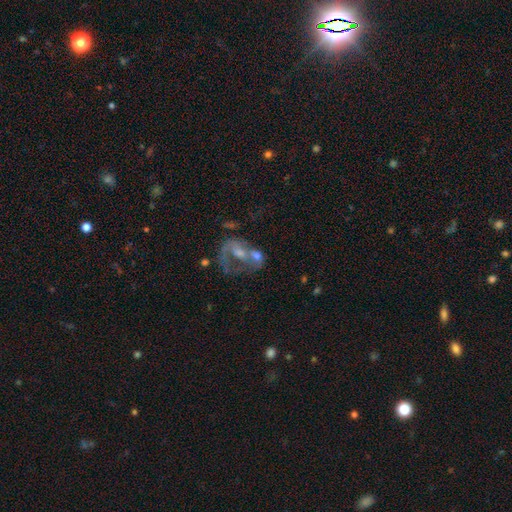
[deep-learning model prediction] This appears to be a featured or disk galaxy (57%) with no bar (71%), no spiral arms (61%) and a moderate central bulge (40%). Merging: merger (45%).